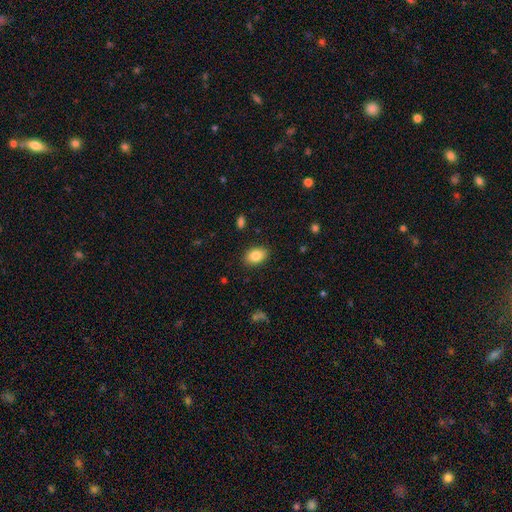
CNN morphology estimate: Overall: smooth (85%). How rounded: in between (84%). Merging: none (87%).